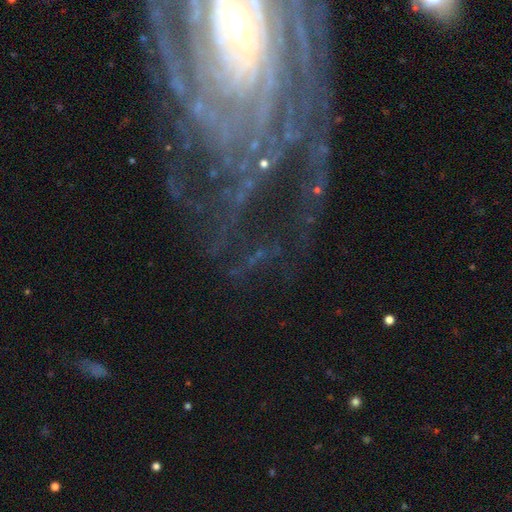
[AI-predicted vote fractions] Smooth or featured? featured or disk (74%)
Edge-on disk? no (93%)
Bar? no (49%)
Spiral arms? yes (88%)
Spiral winding? tight (66%)
Spiral arm count? can't tell (33%)
Bulge size? small (62%)
Merging? none (65%)